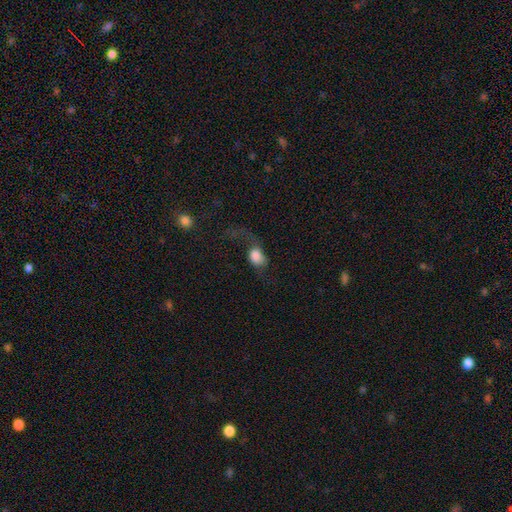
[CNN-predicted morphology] type=smooth (71%); roundness=in between (63%); merging=major disturbance (57%).